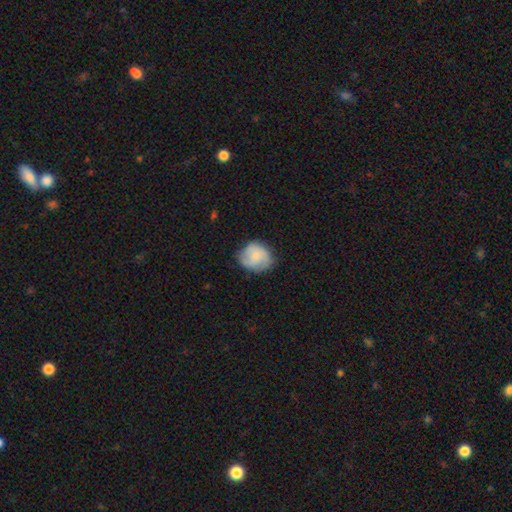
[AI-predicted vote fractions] Smooth or featured? smooth (61%)
How rounded? round (68%)
Merging? none (64%)